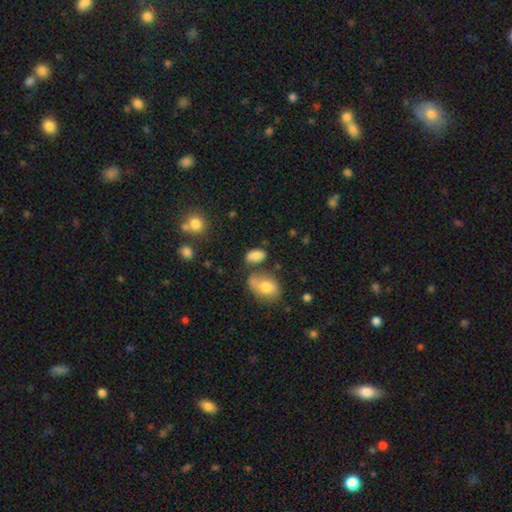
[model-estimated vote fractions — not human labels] Smooth or featured?
  - smooth: 81% *
  - star or artifact: 10%
  - featured or disk: 9%
How rounded?
  - in between: 90% *
  - round: 7%
  - cigar-shaped: 3%
Merging?
  - none: 60% *
  - minor disturbance: 18%
  - merger: 15%
  - major disturbance: 7%